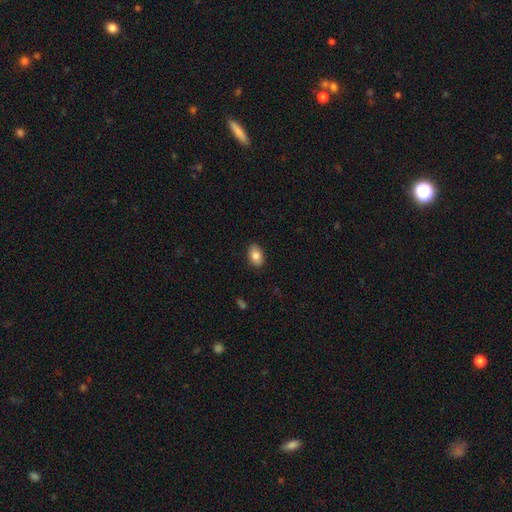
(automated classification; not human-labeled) Smooth or featured: smooth — 84% (featured or disk — 9%)
How rounded: in between — 88% (round — 11%)
Merging: none — 89% (minor disturbance — 8%)